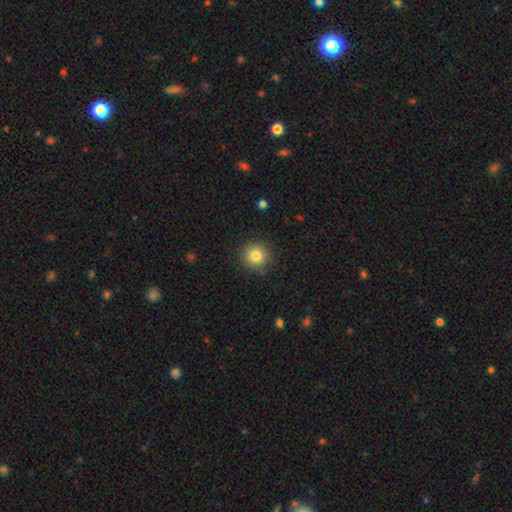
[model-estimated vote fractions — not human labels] Smooth or featured: smooth — 83% (star or artifact — 11%)
How rounded: round — 95% (in between — 4%)
Merging: none — 90% (minor disturbance — 7%)